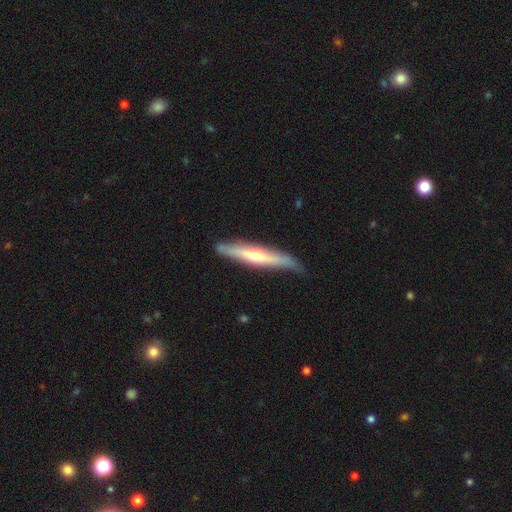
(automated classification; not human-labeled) This is possibly a featured or disk galaxy (58%). It is clearly viewed edge-on (89%). Edge-on bulge: likely rounded (74%). Merging: clearly none (81%).